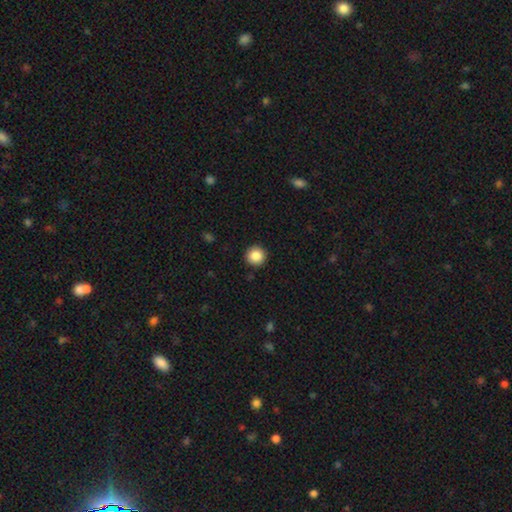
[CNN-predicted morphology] smooth_or_featured: smooth (p=0.86) [alt: star or artifact p=0.09]
how_rounded: round (p=0.95) [alt: in between p=0.04]
merging: none (p=0.92) [alt: minor disturbance p=0.05]